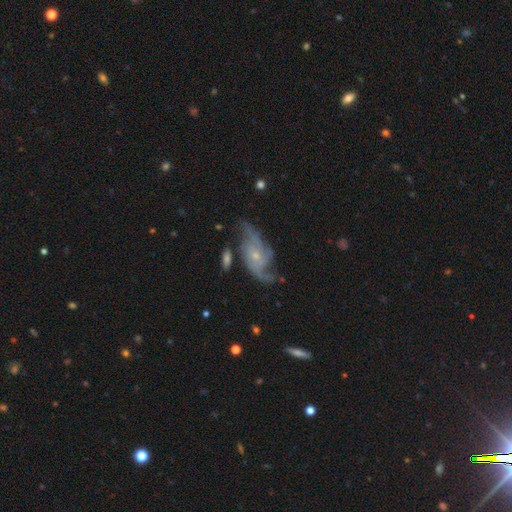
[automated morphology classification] A featured or disk galaxy (85%) with no bar (73%), 2 (57%) loose (43%) spiral arms (95%) and a small central bulge (74%).

Vote fractions:
- Smooth or featured? featured or disk: 85% / smooth: 9% / star or artifact: 6%
- Edge-on disk? no: 95% / yes: 5%
- Bar? no: 73% / weak: 22% / strong: 5%
- Spiral arms? yes: 95% / no: 5%
- Spiral winding? loose: 43% / medium: 39% / tight: 17%
- Spiral arm count? 2: 57% / 3: 18% / can't tell: 12% / 4: 6% / 1: 4% / more than 4: 4%
- Bulge size? small: 74% / moderate: 20% / none: 3% / large: 1% / dominant: 1%
- Merging? none: 56% / minor disturbance: 23% / major disturbance: 16% / merger: 5%